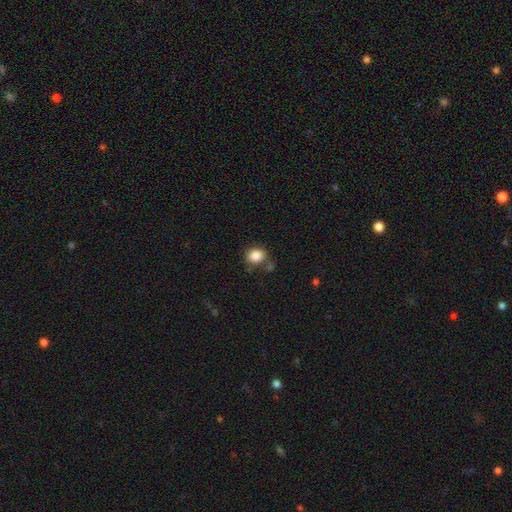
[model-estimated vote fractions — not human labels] Q: Smooth or featured?
A: smooth (86%); runner-up: star or artifact (10%)
Q: How rounded?
A: round (71%); runner-up: in between (28%)
Q: Merging?
A: none (69%); runner-up: minor disturbance (16%)